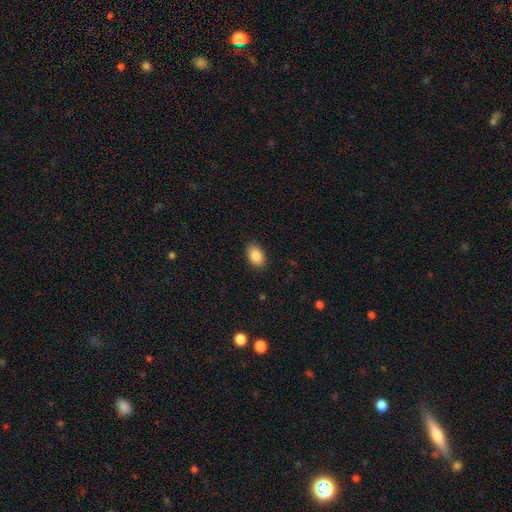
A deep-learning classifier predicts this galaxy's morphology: This appears to be a smooth galaxy with no disk features (87%) that is in between round and cigar-shaped (91%). Merging: none (88%).